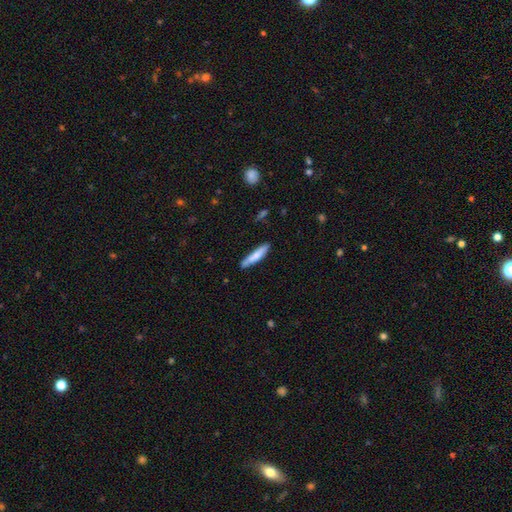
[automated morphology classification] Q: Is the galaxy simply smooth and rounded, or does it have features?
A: smooth — 75%.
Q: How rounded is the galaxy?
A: cigar-shaped — 88%.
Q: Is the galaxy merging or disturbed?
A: none — 83%.